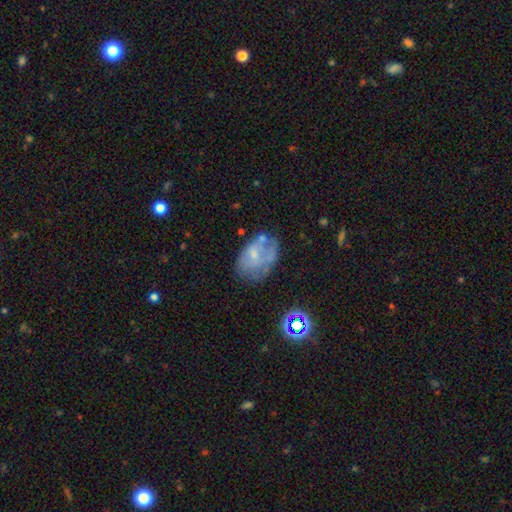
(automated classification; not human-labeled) smooth-or-featured: smooth: 45% | featured or disk: 44% | star or artifact: 11%
  merging: none: 42% | minor disturbance: 29% | major disturbance: 20% | merger: 10%